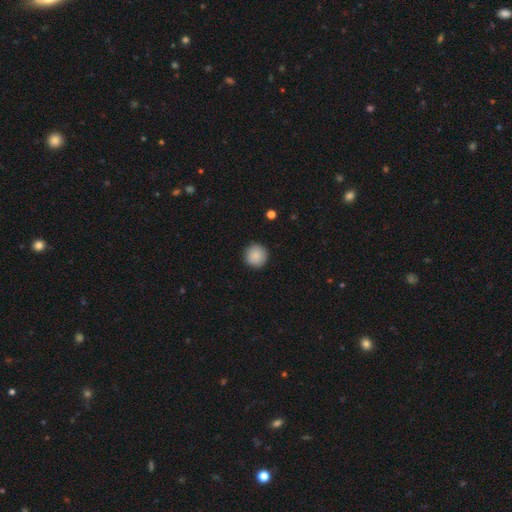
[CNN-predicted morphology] Overall: smooth (89%). How rounded: round (96%). Merging: none (92%).